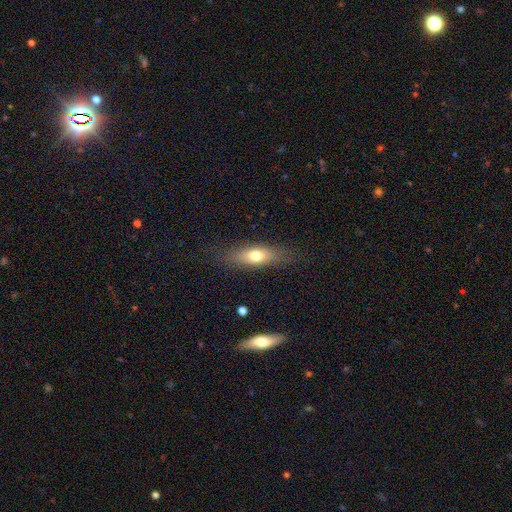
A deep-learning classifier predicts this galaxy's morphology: Smooth or featured?
  - smooth: 66% *
  - featured or disk: 26%
  - star or artifact: 8%
How rounded?
  - in between: 56% *
  - cigar-shaped: 39%
  - round: 5%
Merging?
  - none: 81% *
  - minor disturbance: 13%
  - major disturbance: 5%
  - merger: 1%